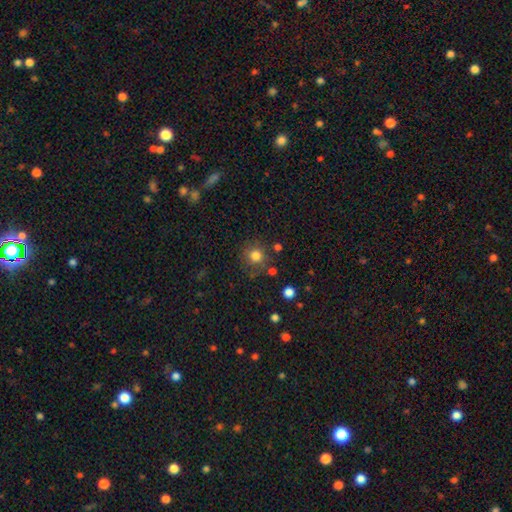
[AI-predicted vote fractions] Q: Smooth or featured?
A: smooth (81%); runner-up: star or artifact (13%)
Q: How rounded?
A: round (92%); runner-up: in between (7%)
Q: Merging?
A: none (80%); runner-up: minor disturbance (11%)